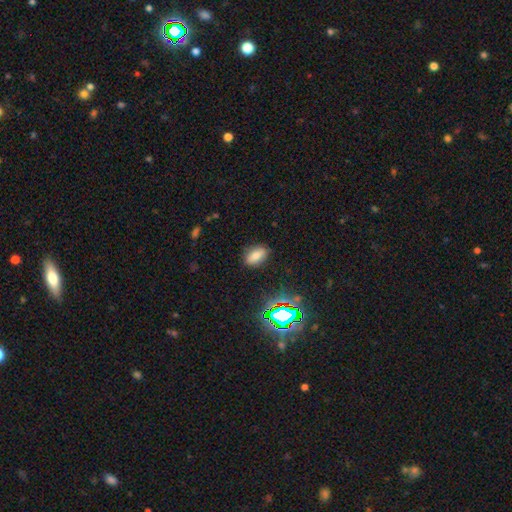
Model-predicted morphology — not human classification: The model was most divided on "smooth or featured": smooth: 73%, star or artifact: 17%, featured or disk: 9%. More confident: how rounded — in between (89%); merging — none (84%).